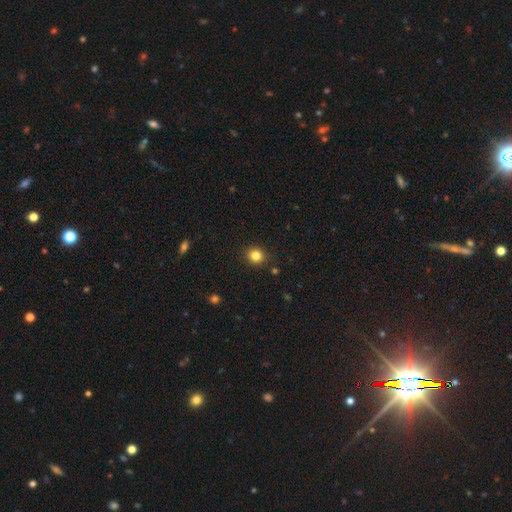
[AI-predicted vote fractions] Q: Smooth or featured?
A: smooth (83%); runner-up: star or artifact (12%)
Q: How rounded?
A: round (86%); runner-up: in between (14%)
Q: Merging?
A: none (90%); runner-up: minor disturbance (7%)